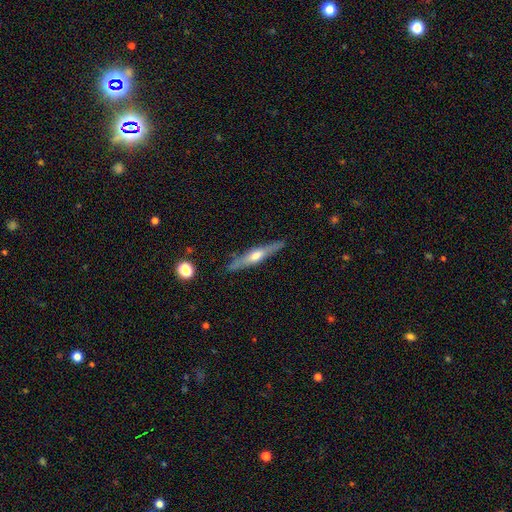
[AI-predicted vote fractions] This is likely a featured or disk galaxy (63%). It is clearly viewed edge-on (94%). Edge-on bulge: clearly rounded (84%). Merging: clearly none (85%).